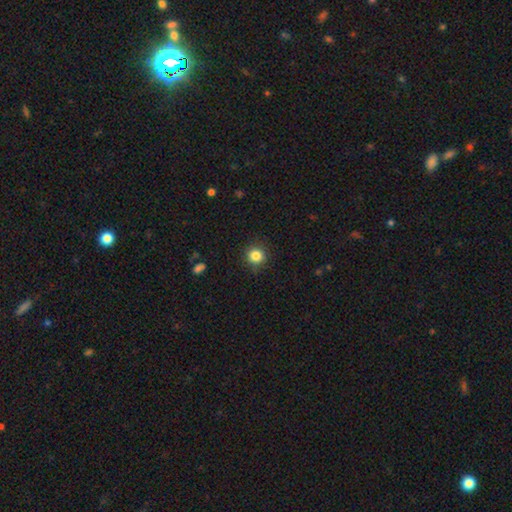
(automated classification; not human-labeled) This appears to be a smooth galaxy with no disk features (84%) that is round (92%). Merging: none (89%).